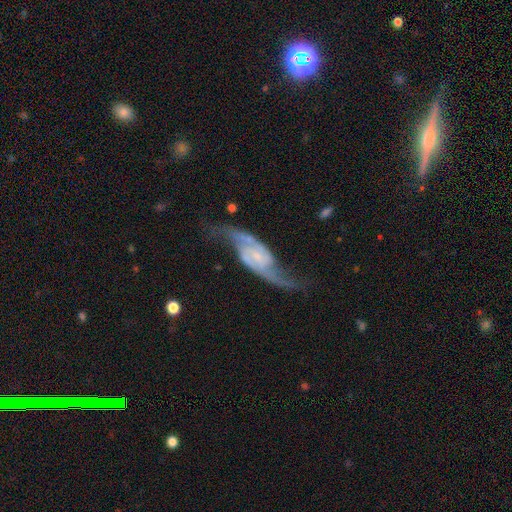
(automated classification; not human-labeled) Smooth or featured?
  - featured or disk: 90% *
  - smooth: 5%
  - star or artifact: 5%
Edge-on disk?
  - no: 94% *
  - yes: 6%
Bar?
  - no: 43% *
  - weak: 40%
  - strong: 17%
Spiral arms?
  - yes: 97% *
  - no: 3%
Spiral winding?
  - loose: 62% *
  - medium: 30%
  - tight: 8%
Spiral arm count?
  - 2: 94% *
  - can't tell: 2%
  - 1: 1%
  - 3: 1%
  - 4: 1%
  - more than 4: 1%
Bulge size?
  - small: 61% *
  - none: 22%
  - moderate: 14%
  - large: 2%
  - dominant: 1%
Merging?
  - none: 68% *
  - minor disturbance: 17%
  - major disturbance: 12%
  - merger: 3%